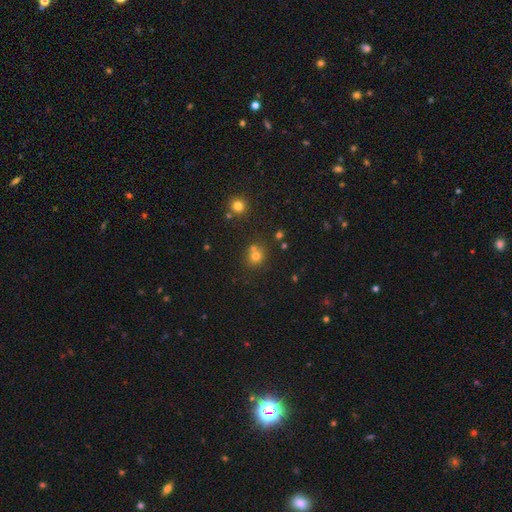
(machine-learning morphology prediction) Smooth or featured? smooth (71%)
How rounded? round (85%)
Merging? none (60%)